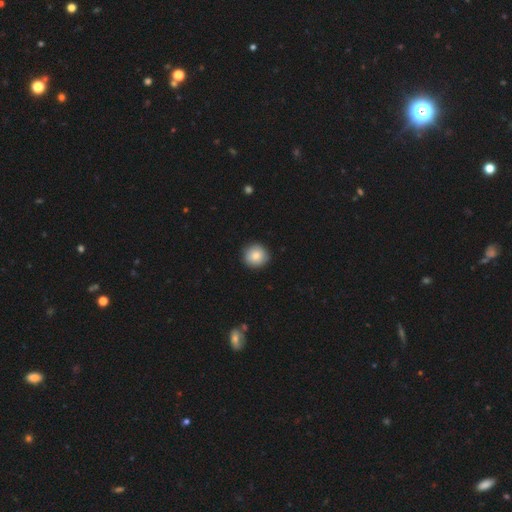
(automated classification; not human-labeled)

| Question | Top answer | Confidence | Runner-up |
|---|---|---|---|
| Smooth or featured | smooth | 82% | featured or disk (10%) |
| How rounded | round | 93% | in between (6%) |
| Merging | none | 90% | minor disturbance (7%) |